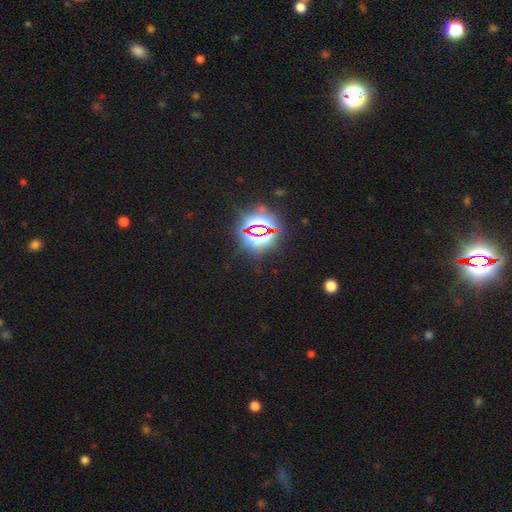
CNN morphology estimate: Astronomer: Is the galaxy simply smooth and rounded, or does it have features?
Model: star or artifact — 82%.